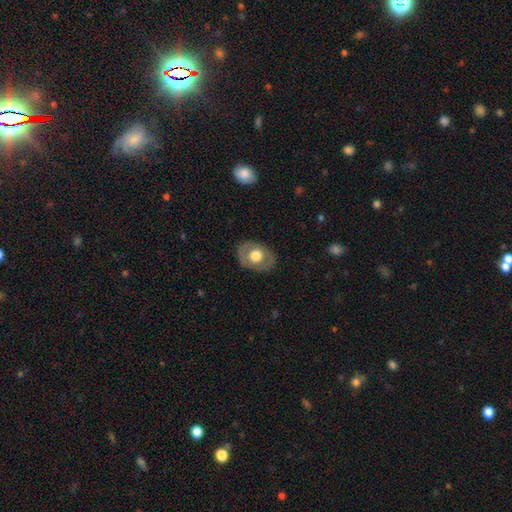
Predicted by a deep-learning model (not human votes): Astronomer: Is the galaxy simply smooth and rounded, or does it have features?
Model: smooth — 51% (runner-up: featured or disk, 43%).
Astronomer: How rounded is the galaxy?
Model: in between — 65%.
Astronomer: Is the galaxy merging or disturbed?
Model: none — 82%.